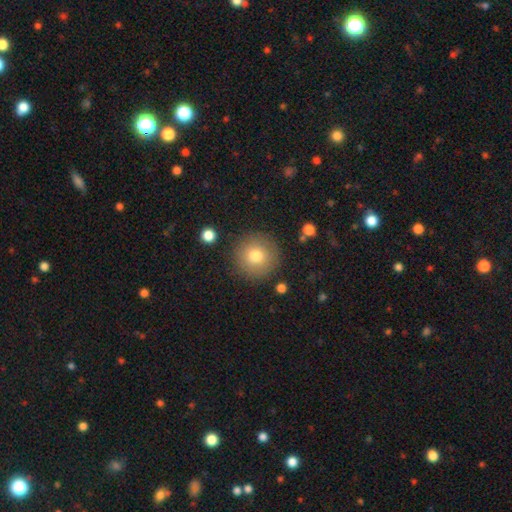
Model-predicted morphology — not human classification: type=smooth (77%); roundness=round (96%); merging=none (88%).